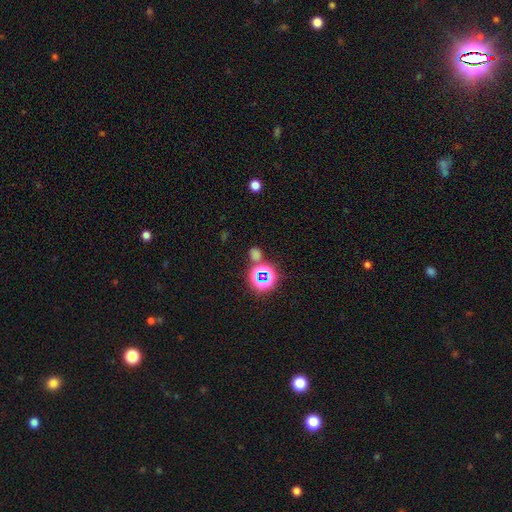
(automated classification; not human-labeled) Smooth or featured: star or artifact — 59% (smooth — 33%)